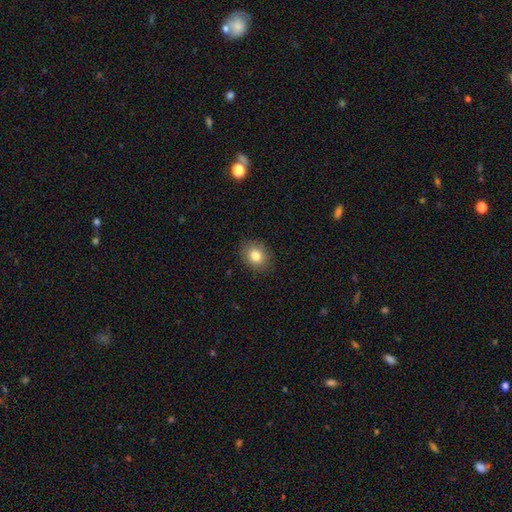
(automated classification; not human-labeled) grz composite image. It shows a smooth galaxy with no disk features (81%) that is round (58%). Merging: none (88%).